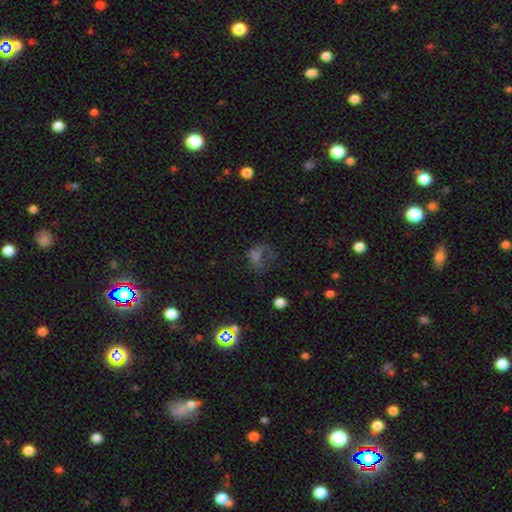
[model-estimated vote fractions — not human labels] smooth-or-featured: smooth: 43% | star or artifact: 31% | featured or disk: 26%
  merging: major disturbance: 43% | none: 33% | minor disturbance: 19% | merger: 5%